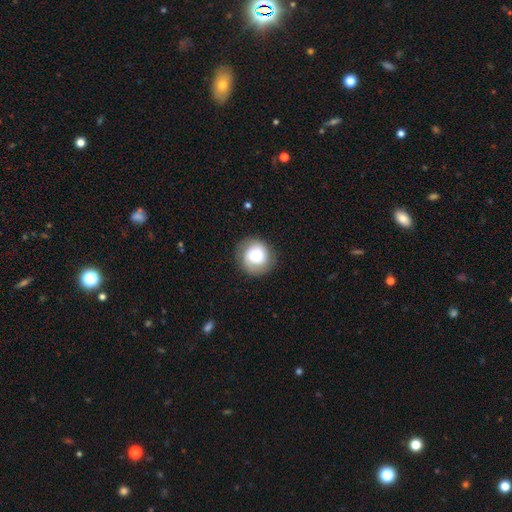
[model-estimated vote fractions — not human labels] A smooth galaxy with no disk features (62%) that is round (87%). Merging: none (82%).